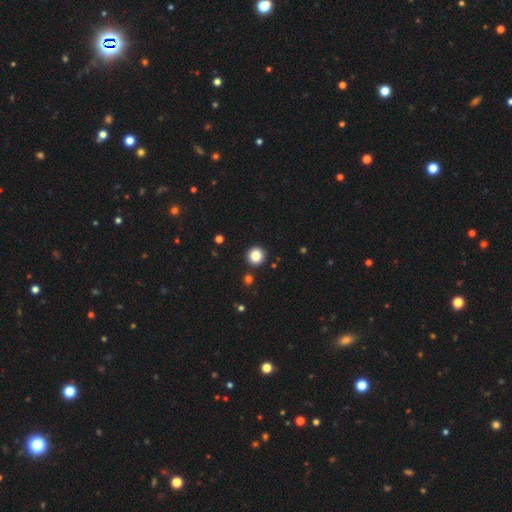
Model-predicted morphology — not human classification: This appears to be a smooth galaxy with no disk features (85%) that is round (94%). Merging: none (91%).